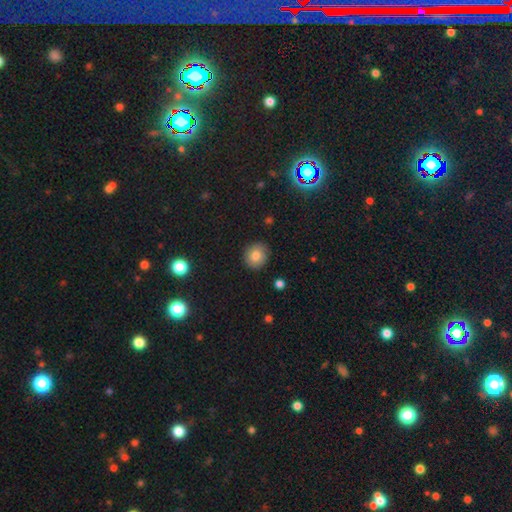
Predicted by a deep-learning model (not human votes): smooth_or_featured: smooth (p=0.79) [alt: star or artifact p=0.10]
how_rounded: round (p=0.84) [alt: in between p=0.15]
merging: none (p=0.88) [alt: minor disturbance p=0.09]